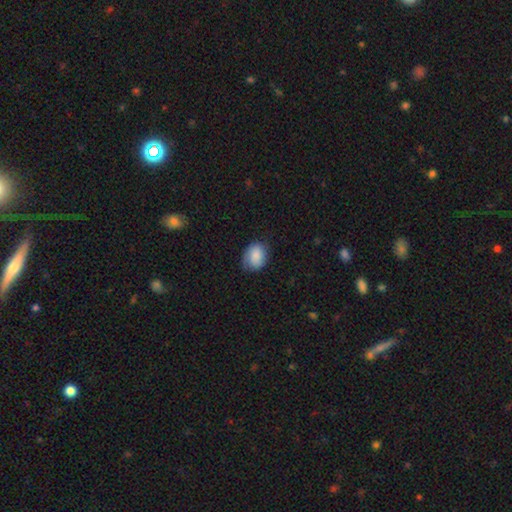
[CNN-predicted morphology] Smooth or featured?
  - smooth: 84% *
  - featured or disk: 9%
  - star or artifact: 7%
How rounded?
  - in between: 64% *
  - round: 35%
  - cigar-shaped: 1%
Merging?
  - none: 69% *
  - minor disturbance: 24%
  - major disturbance: 5%
  - merger: 1%